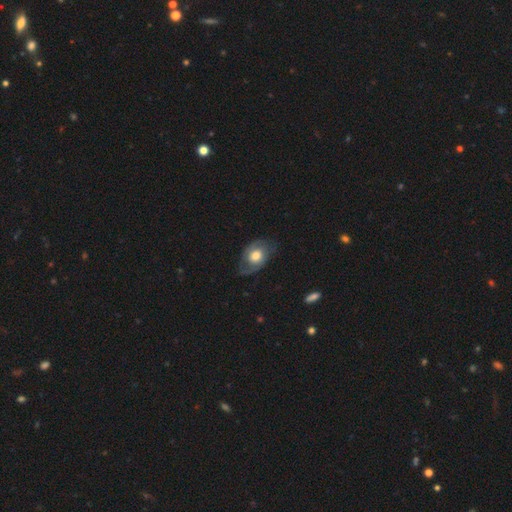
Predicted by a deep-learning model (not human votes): featured or disk 54%, smooth 39%, star or artifact 6%. Down the decision tree: edge-on disk — no (94%); bar — no (80%); spiral arms — yes (69%); bulge size — large (45%, tied with moderate); merging — none (65%).